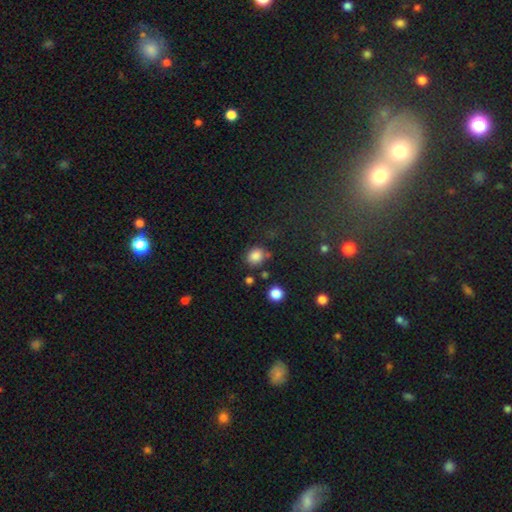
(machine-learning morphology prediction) Smooth or featured: smooth — 83% (star or artifact — 12%)
How rounded: round — 65% (in between — 34%)
Merging: none — 72% (minor disturbance — 15%)